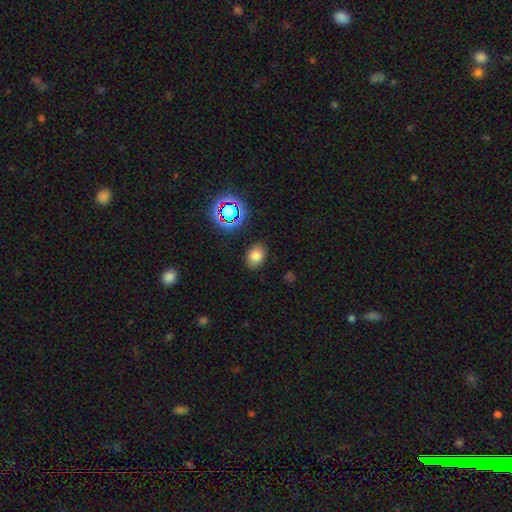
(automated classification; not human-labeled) This appears to be a smooth galaxy with no disk features (76%) that is in between round and cigar-shaped (64%). Merging: none (85%).